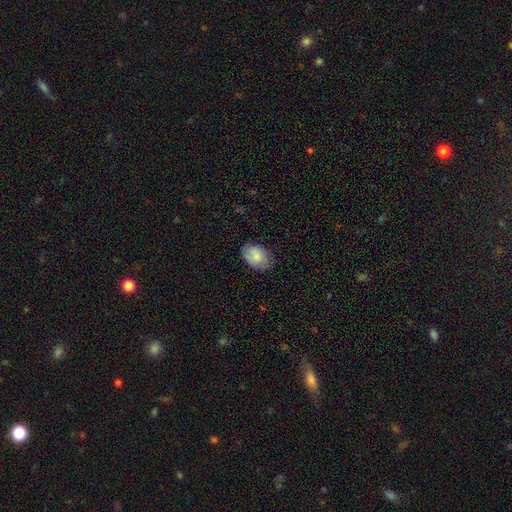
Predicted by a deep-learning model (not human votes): The model was most divided on "merging": none: 75%, minor disturbance: 20%, major disturbance: 4%, merger: 1%. More confident: how rounded — in between (84%); smooth or featured — smooth (80%).